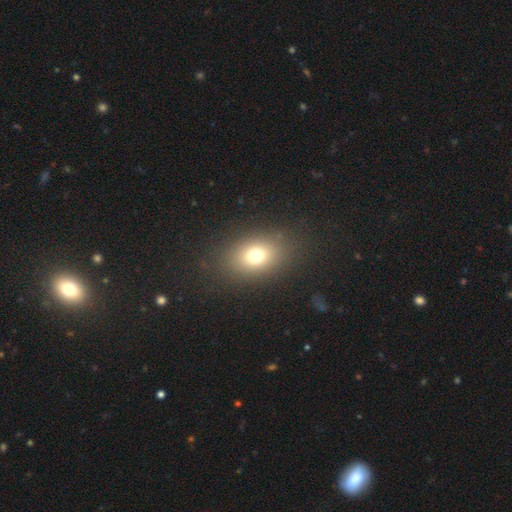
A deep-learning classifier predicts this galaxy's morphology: smooth_or_featured: smooth (p=0.73) [alt: star or artifact p=0.15]
how_rounded: in between (p=0.65) [alt: round p=0.33]
merging: none (p=0.84) [alt: minor disturbance p=0.09]